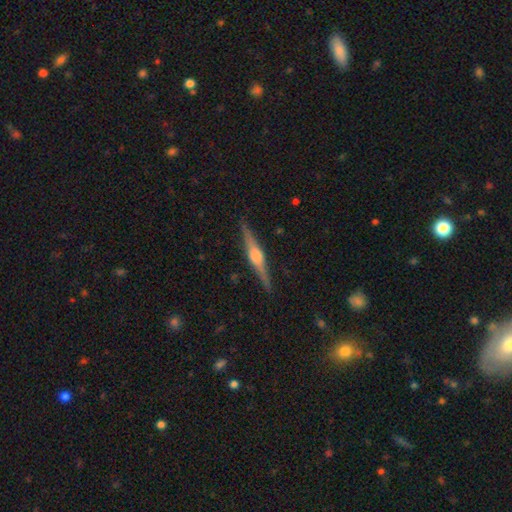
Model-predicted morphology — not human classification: Q: Smooth or featured?
A: featured or disk (81%); runner-up: smooth (14%)
Q: Edge-on disk?
A: yes (98%); runner-up: no (2%)
Q: Edge-on bulge?
A: rounded (87%); runner-up: boxy (10%)
Q: Merging?
A: none (90%); runner-up: minor disturbance (7%)